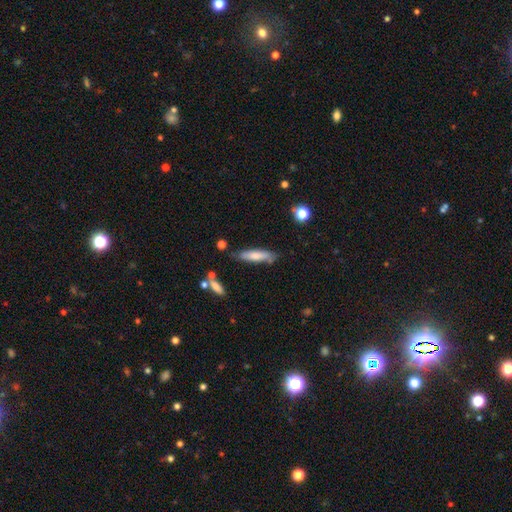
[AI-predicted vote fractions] Q: Smooth or featured?
A: smooth (70%); runner-up: featured or disk (23%)
Q: How rounded?
A: cigar-shaped (77%); runner-up: in between (22%)
Q: Merging?
A: none (73%); runner-up: minor disturbance (19%)